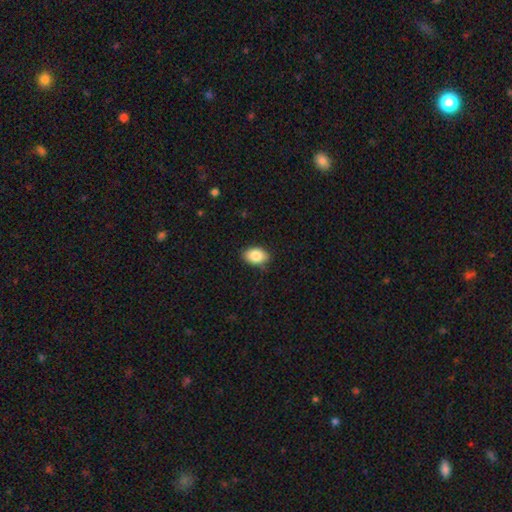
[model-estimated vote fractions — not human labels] Overall: smooth (85%). How rounded: in between (84%). Merging: none (84%).